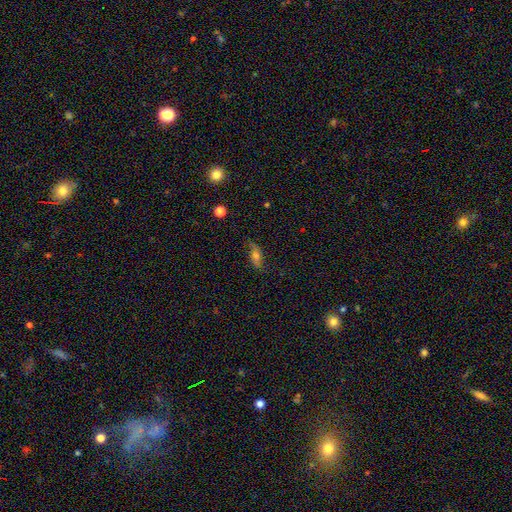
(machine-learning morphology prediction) Smooth or featured? Predicted: featured or disk (p=0.48). Merging? Predicted: none (p=0.72).